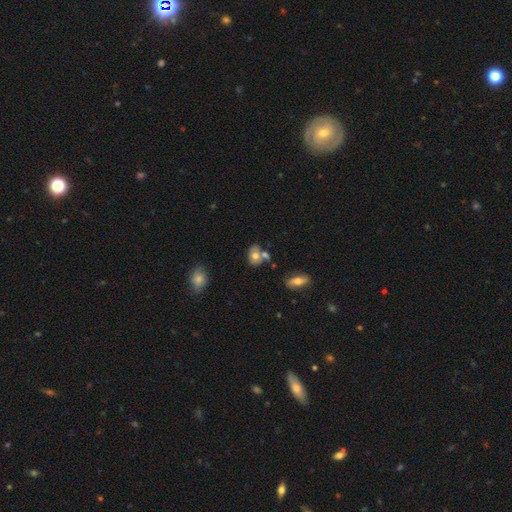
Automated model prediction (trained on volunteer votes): The model was most divided on "merging": none: 45%, merger: 33%, minor disturbance: 17%, major disturbance: 6%. More confident: smooth or featured — smooth (66%); how rounded — in between (64%).